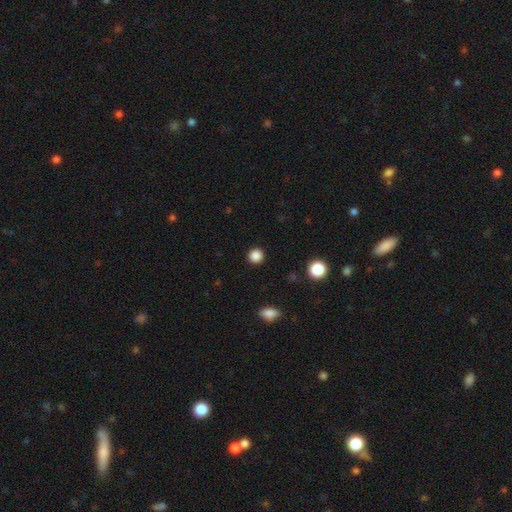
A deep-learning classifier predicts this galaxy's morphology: Q: Smooth or featured?
A: smooth (86%); runner-up: star or artifact (11%)
Q: How rounded?
A: round (94%); runner-up: in between (5%)
Q: Merging?
A: none (92%); runner-up: minor disturbance (5%)